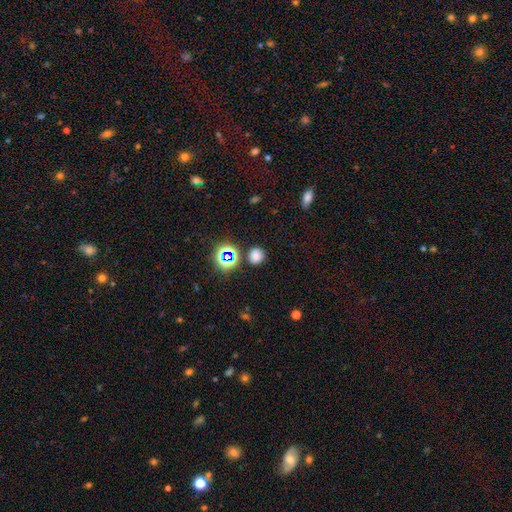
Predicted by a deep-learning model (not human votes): Q: Smooth or featured?
A: smooth (71%); runner-up: star or artifact (23%)
Q: How rounded?
A: round (85%); runner-up: in between (14%)
Q: Merging?
A: none (84%); runner-up: minor disturbance (9%)